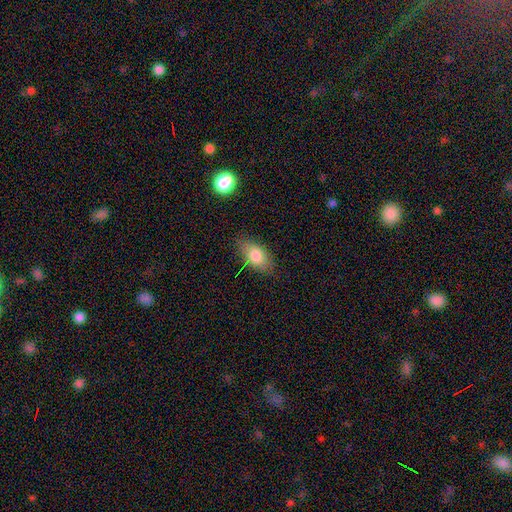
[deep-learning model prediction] Overall: smooth (79%). How rounded: in between (89%). Merging: none (78%).